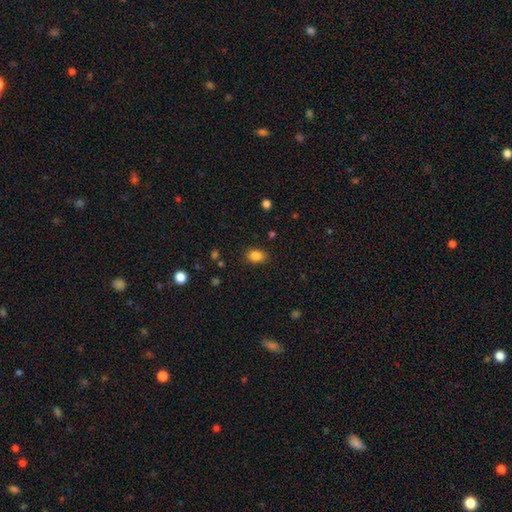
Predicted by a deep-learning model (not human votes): smooth_or_featured: smooth (p=0.85) [alt: star or artifact p=0.10]
how_rounded: in between (p=0.74) [alt: round p=0.25]
merging: none (p=0.85) [alt: minor disturbance p=0.11]